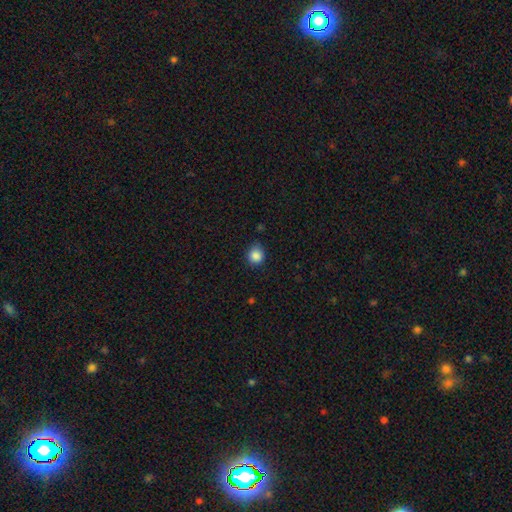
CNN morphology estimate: smooth_or_featured: smooth (p=0.86) [alt: star or artifact p=0.10]
how_rounded: round (p=0.78) [alt: in between p=0.21]
merging: none (p=0.73) [alt: minor disturbance p=0.21]